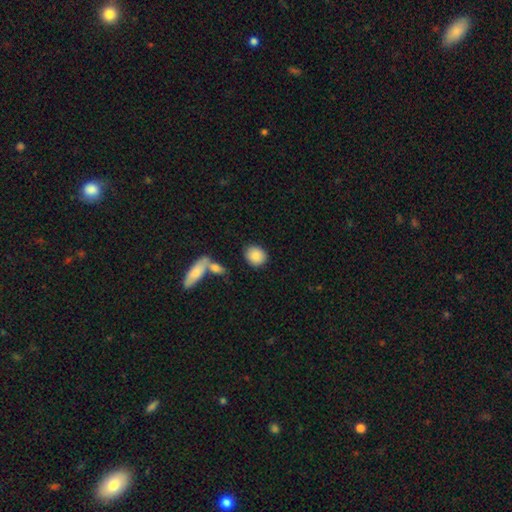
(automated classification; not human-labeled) A smooth galaxy with no disk features (86%) that is round (58%).

Vote fractions:
- Smooth or featured? smooth: 86% / star or artifact: 7% / featured or disk: 7%
- How rounded? round: 58% / in between: 40% / cigar-shaped: 2%
- Merging? none: 80% / minor disturbance: 10% / merger: 7% / major disturbance: 3%